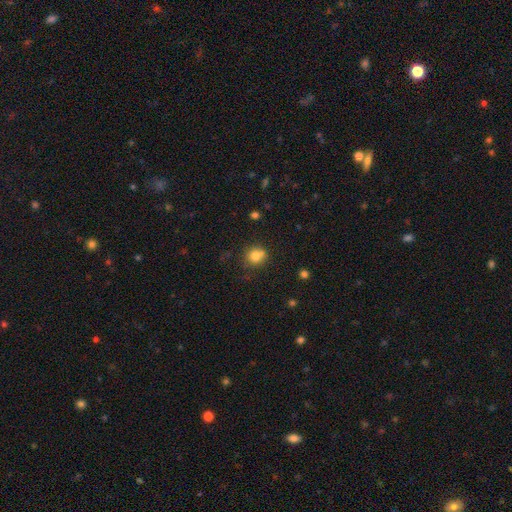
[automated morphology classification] Smooth or featured: smooth — 80% (star or artifact — 12%)
How rounded: round — 84% (in between — 15%)
Merging: none — 65% (minor disturbance — 16%)